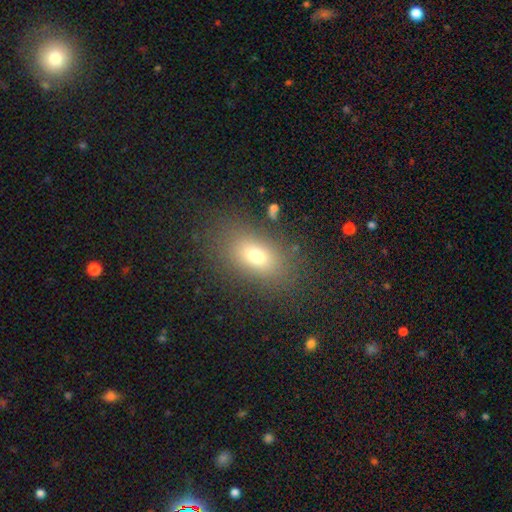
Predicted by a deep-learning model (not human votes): Smooth or featured: smooth — 72% (featured or disk — 14%)
How rounded: in between — 81% (round — 15%)
Merging: none — 82% (minor disturbance — 11%)